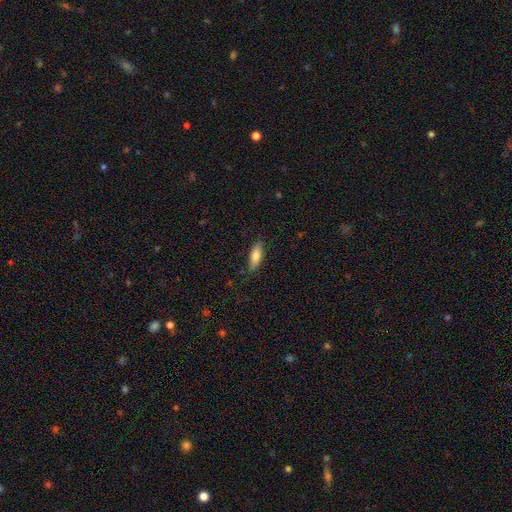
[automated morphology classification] type=smooth (81%); roundness=in between (66%); merging=none (83%).